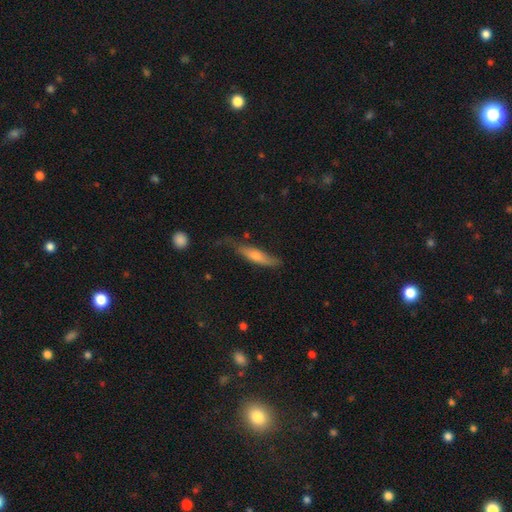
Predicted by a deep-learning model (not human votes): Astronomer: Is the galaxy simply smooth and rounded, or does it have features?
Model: smooth — 50% (runner-up: featured or disk, 43%).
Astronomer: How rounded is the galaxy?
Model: cigar-shaped — 77%.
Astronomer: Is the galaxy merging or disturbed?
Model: none — 54% (runner-up: minor disturbance, 31%).